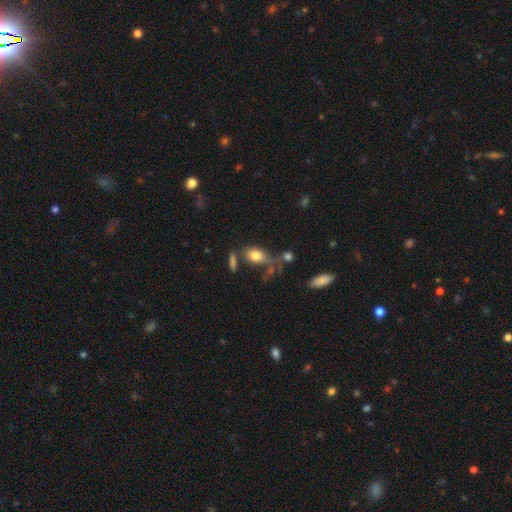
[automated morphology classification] This appears to be a smooth galaxy with no disk features (76%) that is in between round and cigar-shaped (83%). Merging: none (49%).